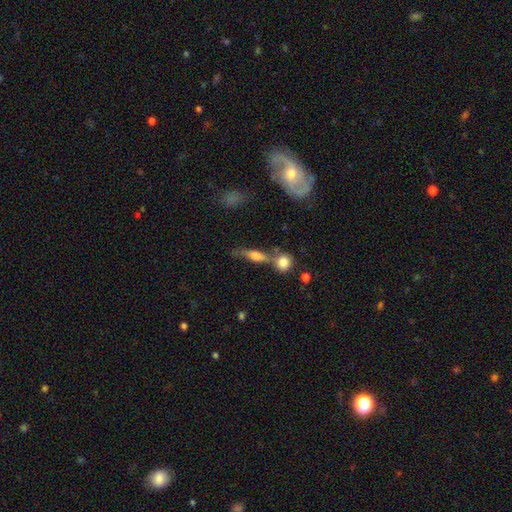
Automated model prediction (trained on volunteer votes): This appears to be a smooth galaxy with no disk features (53%) that is cigar-shaped (52%). Merging: none (53%).